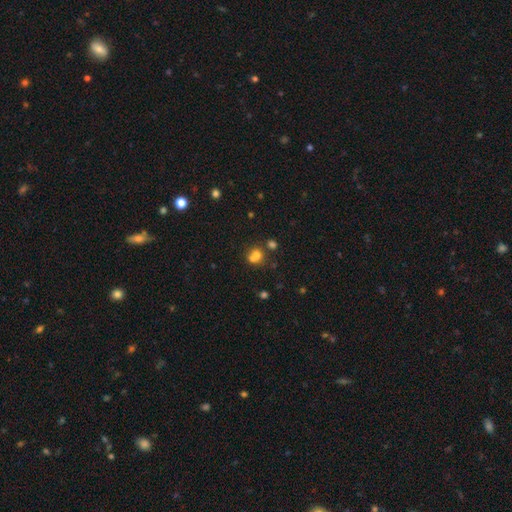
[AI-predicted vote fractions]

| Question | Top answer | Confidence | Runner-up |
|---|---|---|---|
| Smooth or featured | smooth | 70% | star or artifact (16%) |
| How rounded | round | 76% | in between (23%) |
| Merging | merger | 51% | none (37%) |